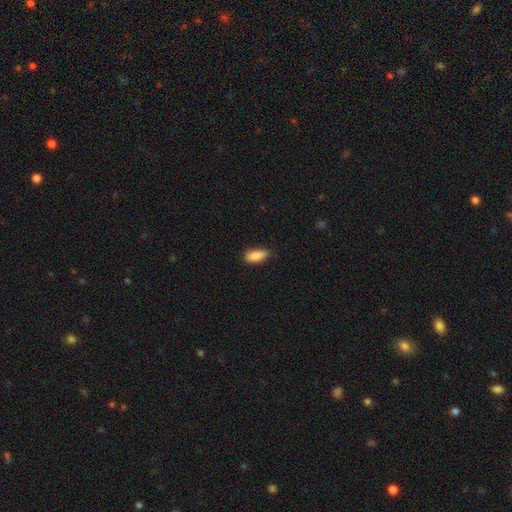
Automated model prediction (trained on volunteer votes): smooth-or-featured: smooth: 88% | star or artifact: 7% | featured or disk: 5%
  how-rounded: in between: 84% | cigar-shaped: 13% | round: 3%
  merging: none: 74% | minor disturbance: 21% | major disturbance: 3% | merger: 1%